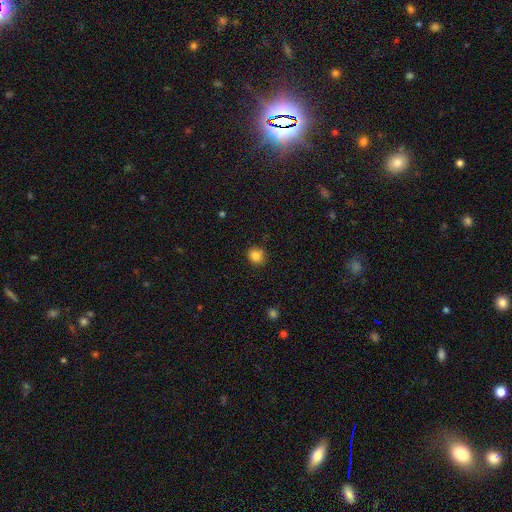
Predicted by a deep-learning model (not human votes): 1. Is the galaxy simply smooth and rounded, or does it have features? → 84% smooth, 11% star or artifact, 6% featured or disk.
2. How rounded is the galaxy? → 85% round, 14% in between, 1% cigar-shaped.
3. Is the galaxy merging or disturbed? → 88% none, 9% minor disturbance, 2% major disturbance, 1% merger.